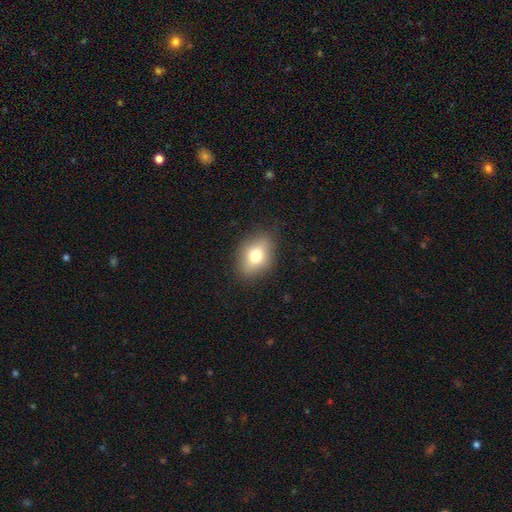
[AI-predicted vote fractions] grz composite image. It shows a smooth galaxy with no disk features (75%) that is in between round and cigar-shaped (73%). Merging: none (84%).